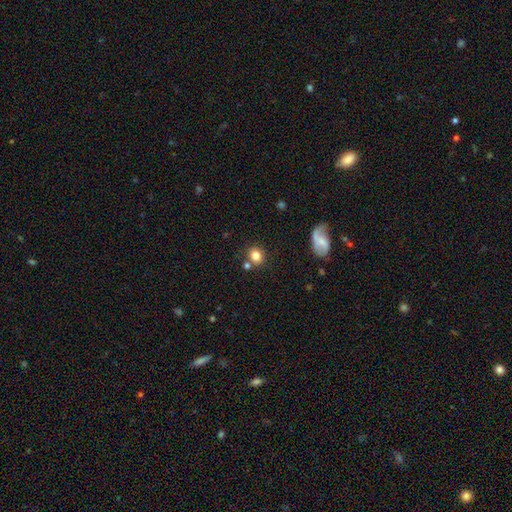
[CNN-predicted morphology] Smooth or featured? Predicted: smooth (p=0.80). How rounded? Predicted: round (p=0.72). Merging? Predicted: none (p=0.71).